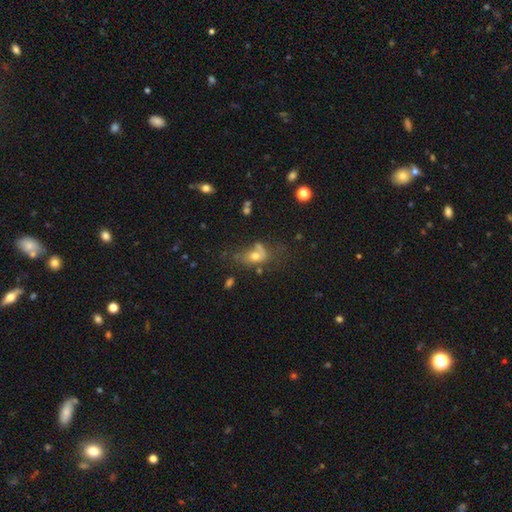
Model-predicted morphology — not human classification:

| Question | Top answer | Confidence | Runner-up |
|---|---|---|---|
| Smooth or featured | smooth | 57% | featured or disk (27%) |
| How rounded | in between | 71% | round (26%) |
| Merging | none | 32% | major disturbance (27%) |